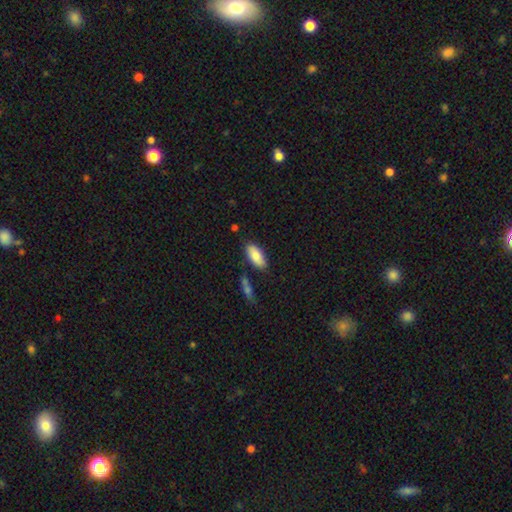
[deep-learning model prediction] Smooth or featured: smooth — 83% (featured or disk — 11%)
How rounded: in between — 87% (cigar-shaped — 11%)
Merging: none — 78% (minor disturbance — 14%)